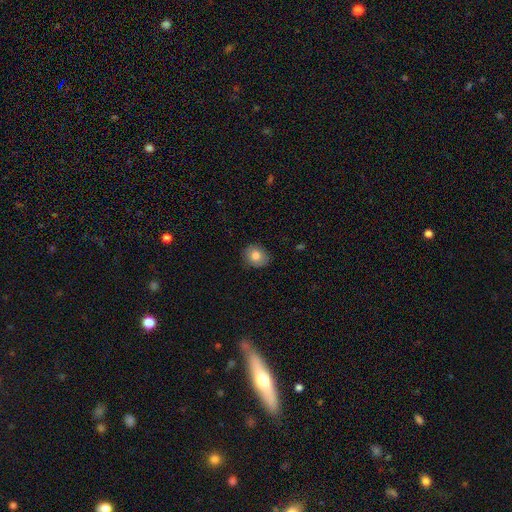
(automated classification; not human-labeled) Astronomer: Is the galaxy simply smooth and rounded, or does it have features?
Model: smooth — 81%.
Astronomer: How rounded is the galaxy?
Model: round — 73%.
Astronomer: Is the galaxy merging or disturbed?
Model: none — 85%.